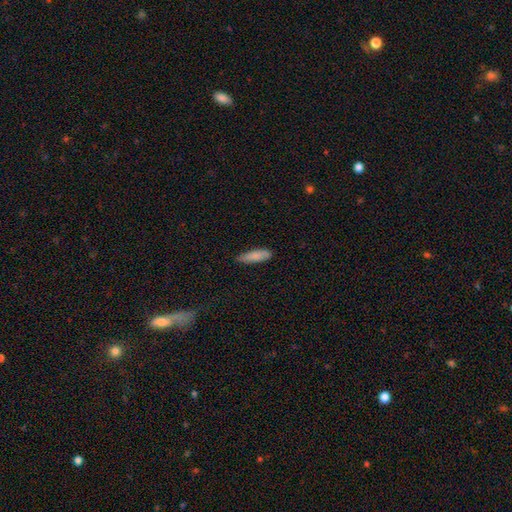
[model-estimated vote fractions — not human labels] Overall: smooth (85%). How rounded: cigar-shaped (56%; in between 42%). Merging: none (80%).